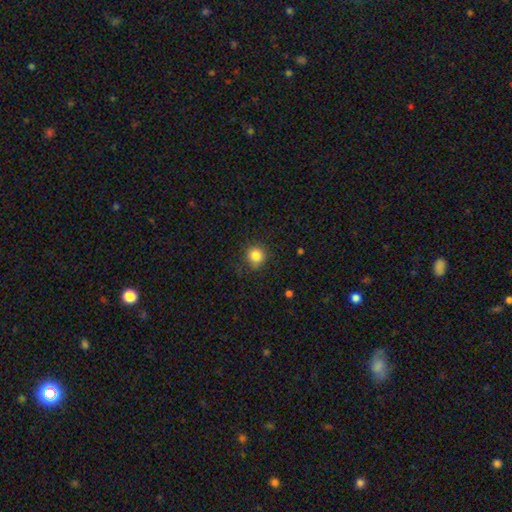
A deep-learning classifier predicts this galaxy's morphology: Smooth or featured? smooth (84%)
How rounded? round (91%)
Merging? none (86%)